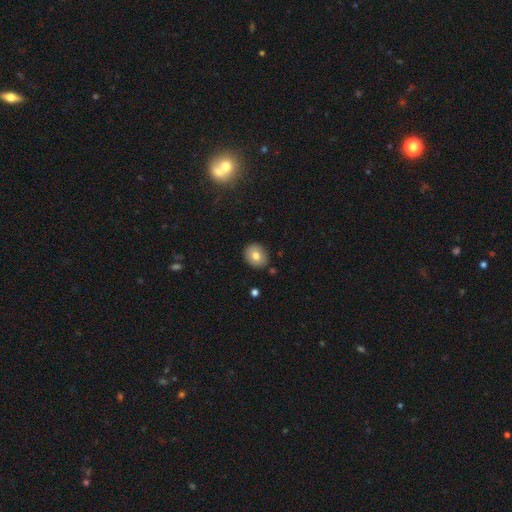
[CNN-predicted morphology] Smooth or featured: smooth — 75% (featured or disk — 15%)
How rounded: round — 65% (in between — 34%)
Merging: none — 86% (minor disturbance — 10%)